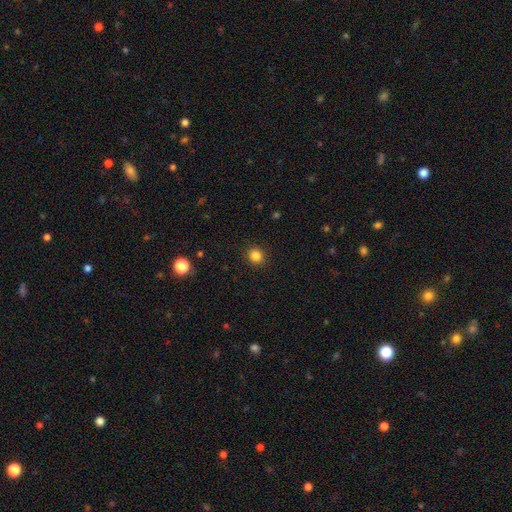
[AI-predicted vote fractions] smooth_or_featured: smooth (p=0.84) [alt: star or artifact p=0.12]
how_rounded: round (p=0.87) [alt: in between p=0.12]
merging: none (p=0.91) [alt: minor disturbance p=0.06]